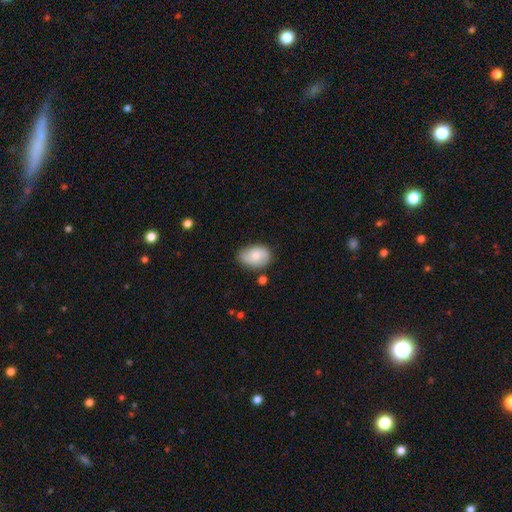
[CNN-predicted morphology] A smooth galaxy with no disk features (71%) that is in between round and cigar-shaped (80%). Merging: none (67%).